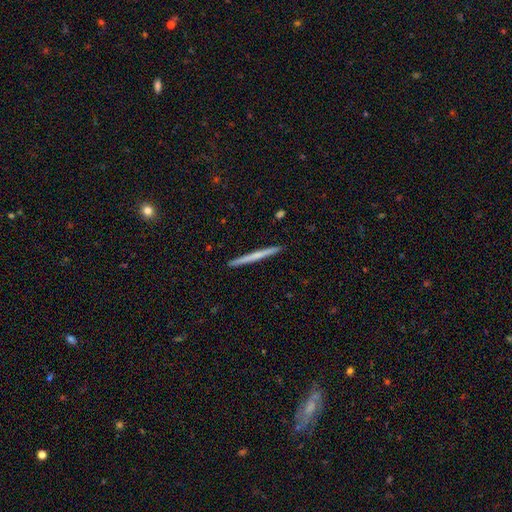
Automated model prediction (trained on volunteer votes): Q: Smooth or featured?
A: featured or disk (49%); runner-up: smooth (46%)
Q: Merging?
A: none (93%); runner-up: minor disturbance (5%)